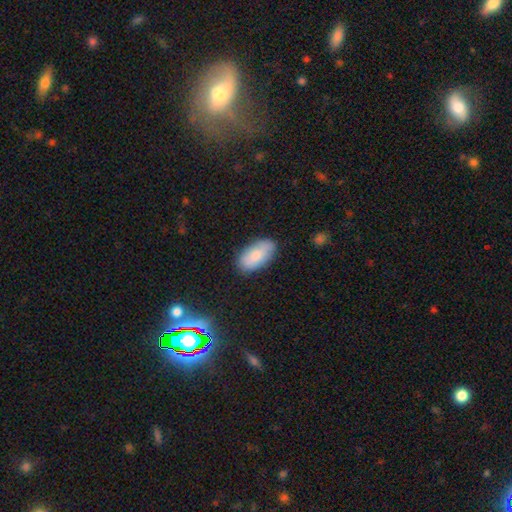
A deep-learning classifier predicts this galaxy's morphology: Smooth or featured: smooth — 81% (featured or disk — 13%)
How rounded: in between — 94% (cigar-shaped — 3%)
Merging: none — 82% (minor disturbance — 14%)